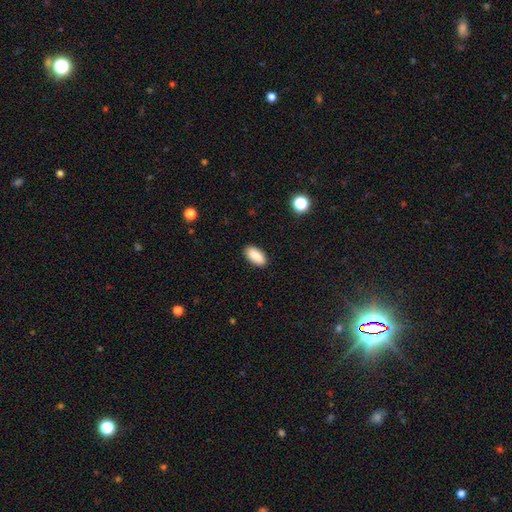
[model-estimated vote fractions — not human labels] smooth_or_featured: smooth (p=0.89) [alt: star or artifact p=0.07]
how_rounded: in between (p=0.93) [alt: cigar-shaped p=0.05]
merging: none (p=0.89) [alt: minor disturbance p=0.08]